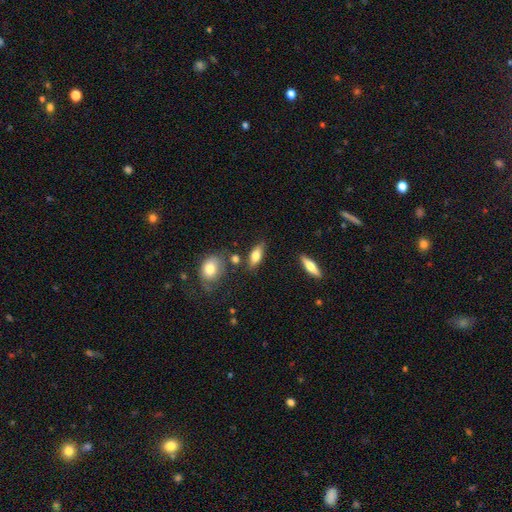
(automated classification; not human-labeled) smooth-or-featured: smooth: 72% | featured or disk: 21% | star or artifact: 7%
  how-rounded: in between: 75% | cigar-shaped: 21% | round: 4%
  merging: none: 75% | minor disturbance: 14% | merger: 7% | major disturbance: 4%